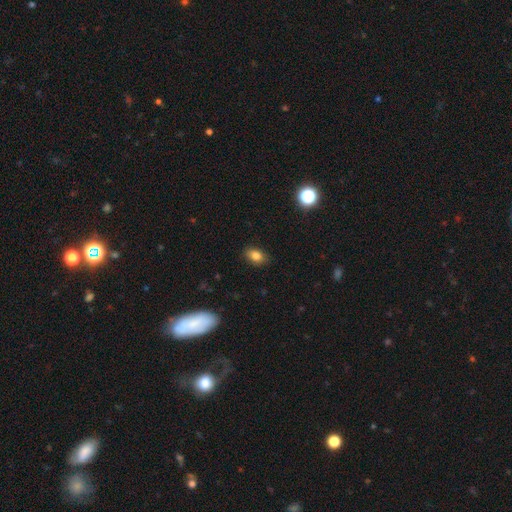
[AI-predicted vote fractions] This appears to be a smooth galaxy with no disk features (83%) that is in between round and cigar-shaped (80%). Merging: none (86%).